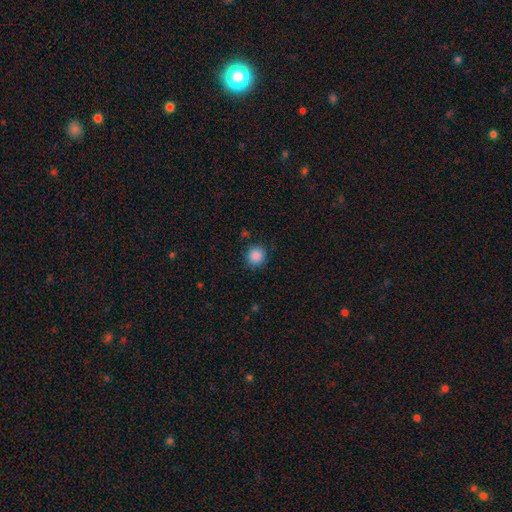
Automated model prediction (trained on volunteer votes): smooth-or-featured: smooth: 87% | star or artifact: 10% | featured or disk: 3%
  how-rounded: round: 91% | in between: 8% | cigar-shaped: 1%
  merging: none: 87% | minor disturbance: 9% | major disturbance: 3% | merger: 2%